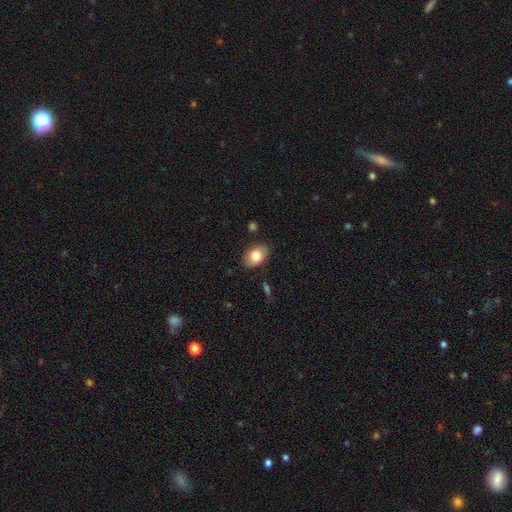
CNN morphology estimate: Smooth or featured?
  - smooth: 78% *
  - featured or disk: 15%
  - star or artifact: 7%
How rounded?
  - in between: 88% *
  - round: 11%
  - cigar-shaped: 1%
Merging?
  - none: 83% *
  - minor disturbance: 13%
  - major disturbance: 3%
  - merger: 2%